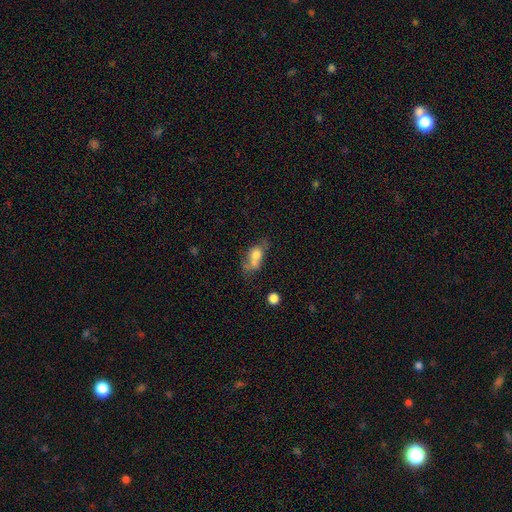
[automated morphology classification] This appears to be a smooth galaxy with no disk features (66%) that is in between round and cigar-shaped (75%). Merging: merger (30%, tied with none).